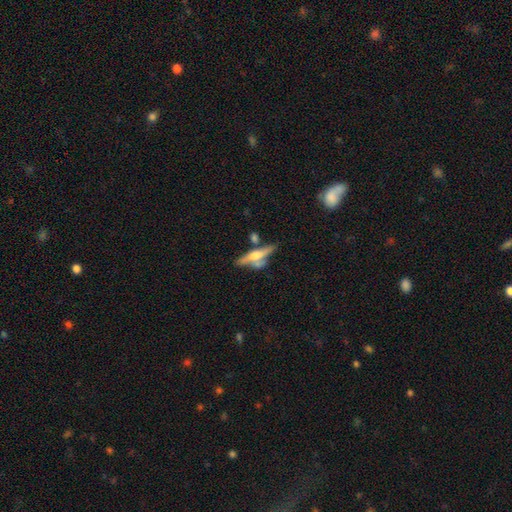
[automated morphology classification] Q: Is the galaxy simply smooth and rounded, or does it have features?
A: featured or disk — 56%.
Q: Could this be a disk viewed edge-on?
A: yes — 87%.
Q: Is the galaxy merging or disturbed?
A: none — 50%.